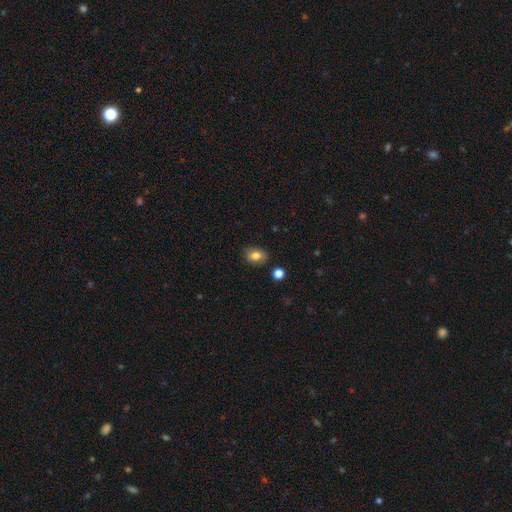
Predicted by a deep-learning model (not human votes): smooth_or_featured: smooth (p=0.73) [alt: featured or disk p=0.17]
how_rounded: in between (p=0.71) [alt: round p=0.28]
merging: none (p=0.81) [alt: minor disturbance p=0.14]